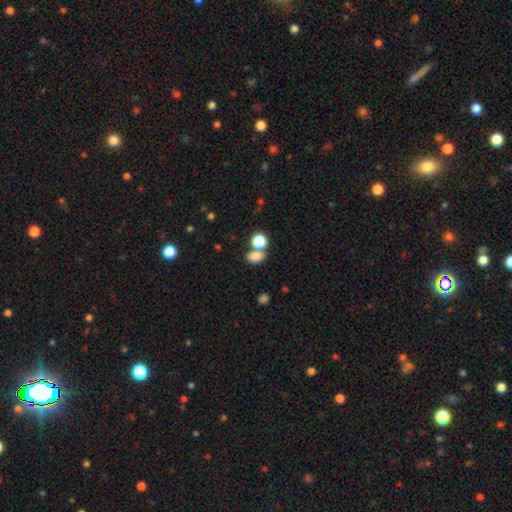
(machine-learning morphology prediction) type=smooth (81%); roundness=in between (72%); merging=none (52%).